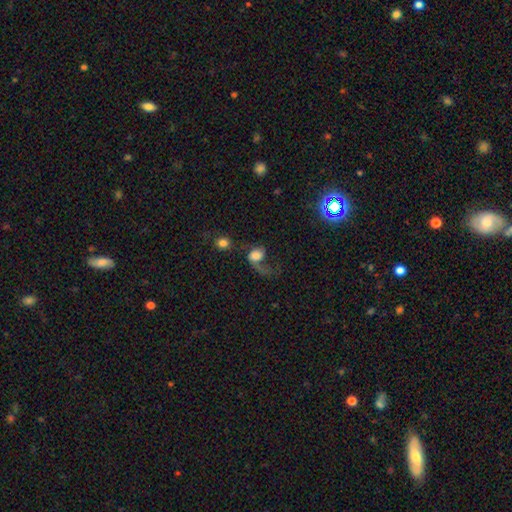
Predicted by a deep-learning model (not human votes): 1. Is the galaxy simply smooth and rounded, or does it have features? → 51% smooth, 38% featured or disk, 11% star or artifact.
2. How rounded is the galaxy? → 56% in between, 42% round, 2% cigar-shaped.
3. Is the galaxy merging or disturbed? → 48% major disturbance, 20% none, 19% merger, 12% minor disturbance.